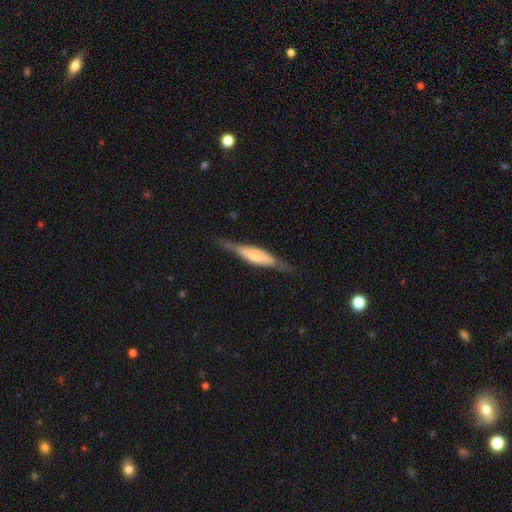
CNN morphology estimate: featured or disk 53%, smooth 42%, star or artifact 6%. Down the decision tree: edge-on disk — yes (91%); merging — none (77%).